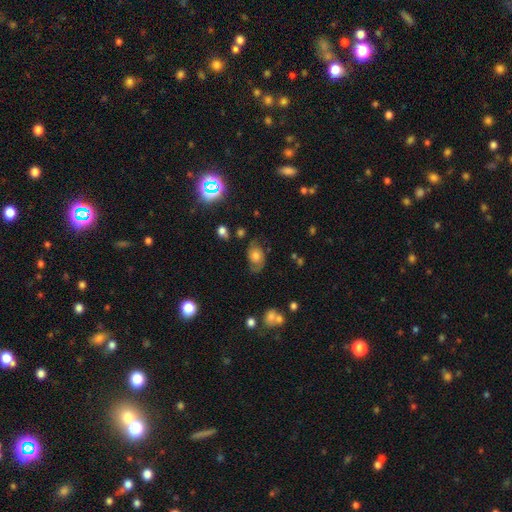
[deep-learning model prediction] This appears to be a featured or disk galaxy (45%). Merging: none (61%).